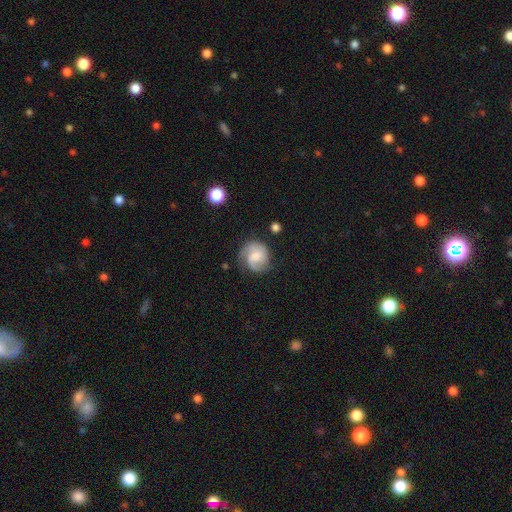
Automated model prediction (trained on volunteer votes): Smooth or featured? featured or disk (59%)
Edge-on disk? no (98%)
Bar? no (49%)
Spiral arms? yes (91%)
Spiral winding? medium (44%)
Spiral arm count? 2 (55%)
Bulge size? moderate (33%)
Merging? none (64%)